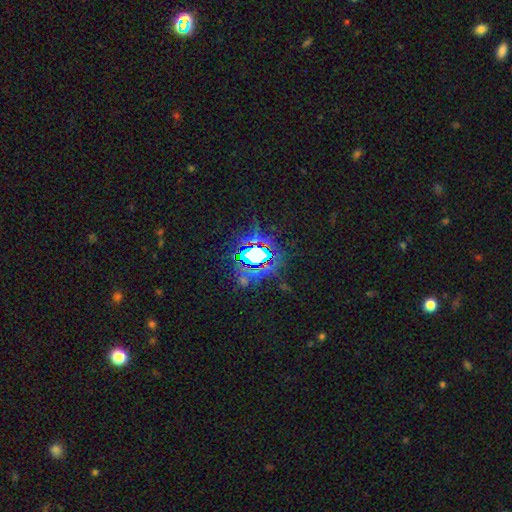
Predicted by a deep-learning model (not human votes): Overall: star or artifact (75%).